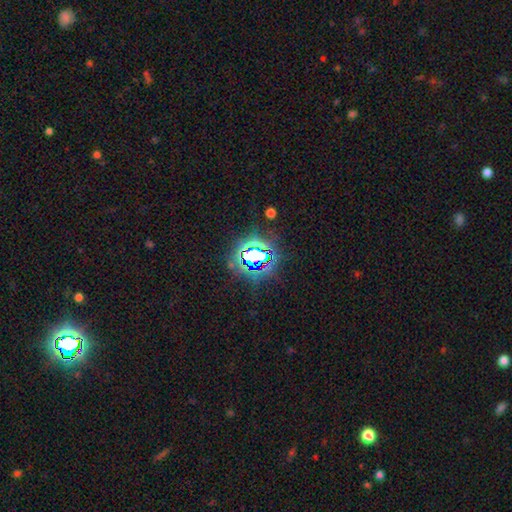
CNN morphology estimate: A star or artifact, not a galaxy (74%).

Vote fractions:
- Smooth or featured? star or artifact: 74% / smooth: 15% / featured or disk: 11%